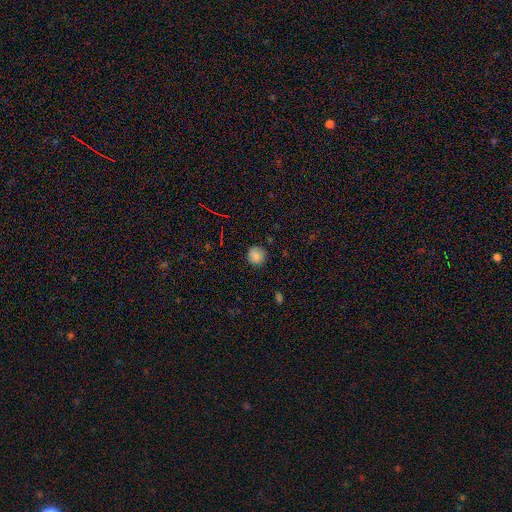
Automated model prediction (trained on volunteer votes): Overall: smooth (81%). How rounded: round (90%). Merging: none (83%).